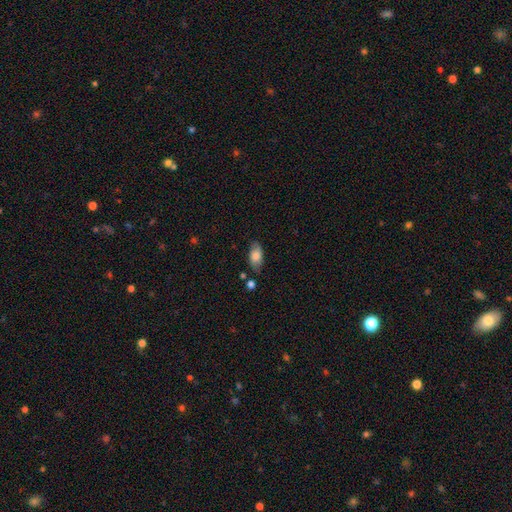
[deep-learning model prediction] smooth 76%, featured or disk 17%, star or artifact 7%. Down the decision tree: how rounded — in between (91%); merging — none (73%).